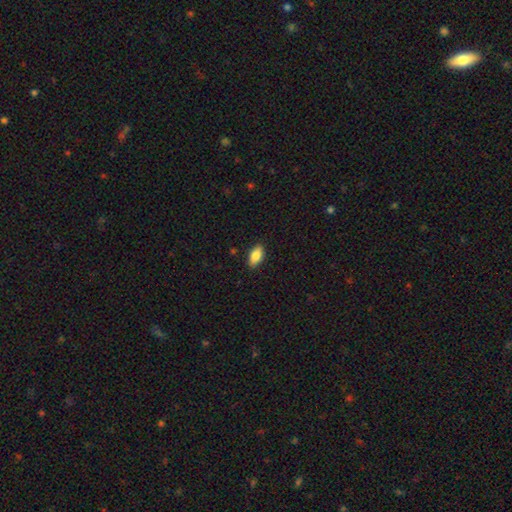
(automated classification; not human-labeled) Smooth or featured: smooth — 84% (featured or disk — 9%)
How rounded: in between — 90% (cigar-shaped — 7%)
Merging: none — 88% (minor disturbance — 9%)